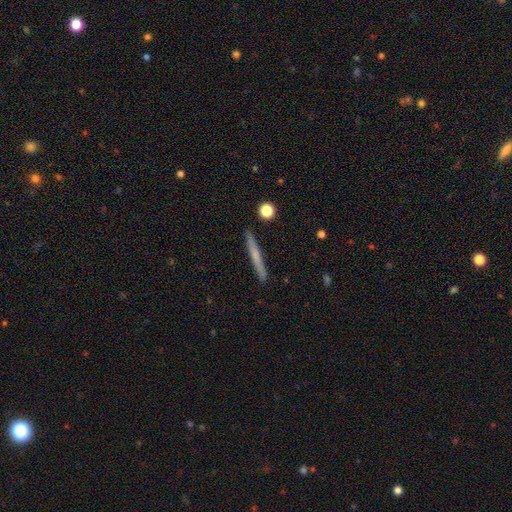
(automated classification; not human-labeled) The model was most divided on "smooth or featured": smooth: 53%, featured or disk: 41%, star or artifact: 6%. More confident: how rounded — cigar-shaped (96%); merging — none (91%).